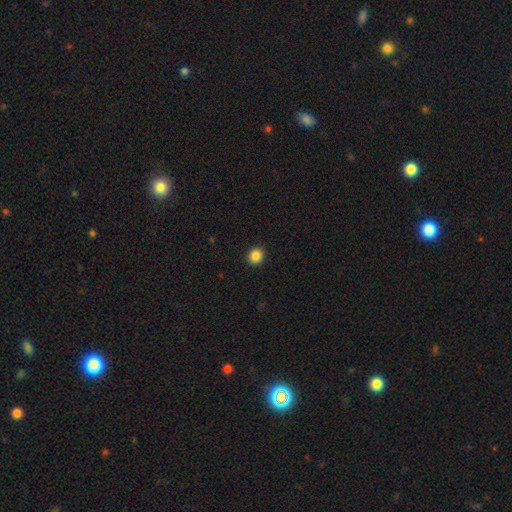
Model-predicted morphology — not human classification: A smooth galaxy with no disk features (87%) that is round (82%).

Vote fractions:
- Smooth or featured? smooth: 87% / star or artifact: 10% / featured or disk: 3%
- How rounded? round: 82% / in between: 17% / cigar-shaped: 1%
- Merging? none: 92% / minor disturbance: 5% / major disturbance: 2% / merger: 1%